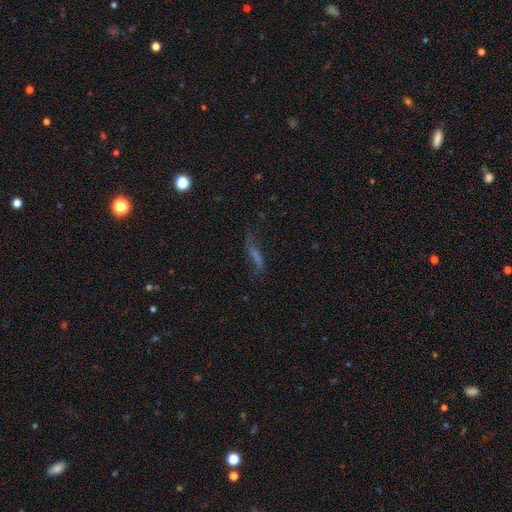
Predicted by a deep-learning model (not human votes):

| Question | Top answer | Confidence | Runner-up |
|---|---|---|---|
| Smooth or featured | featured or disk | 63% | smooth (21%) |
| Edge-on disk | no | 71% | yes (29%) |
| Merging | none | 67% | minor disturbance (18%) |